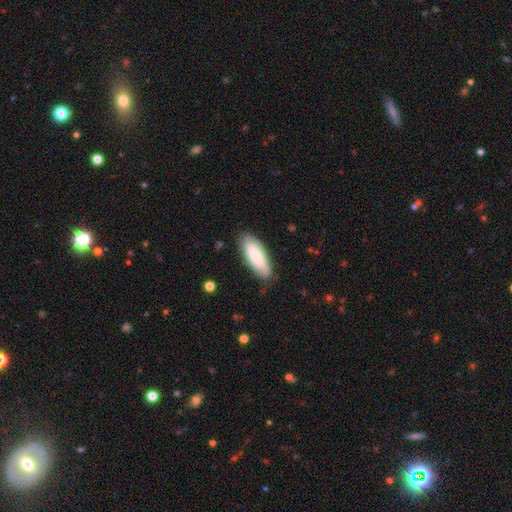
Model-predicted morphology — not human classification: smooth-or-featured: smooth: 82% | featured or disk: 13% | star or artifact: 5%
  how-rounded: in between: 72% | cigar-shaped: 27% | round: 2%
  merging: none: 80% | minor disturbance: 16% | major disturbance: 3% | merger: 1%